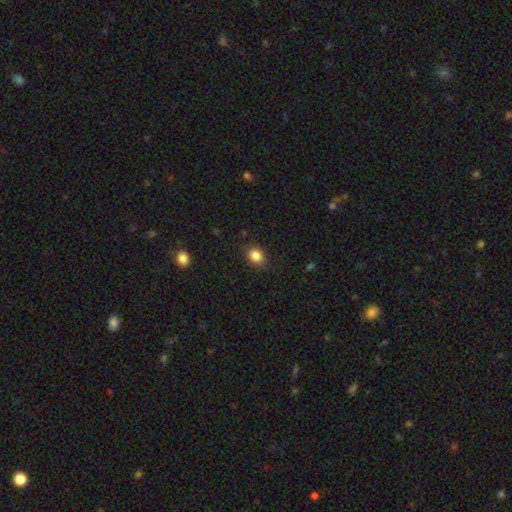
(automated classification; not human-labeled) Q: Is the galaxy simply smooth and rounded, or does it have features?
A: smooth — 85%.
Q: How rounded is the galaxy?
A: round — 59%.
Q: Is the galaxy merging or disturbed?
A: none — 83%.